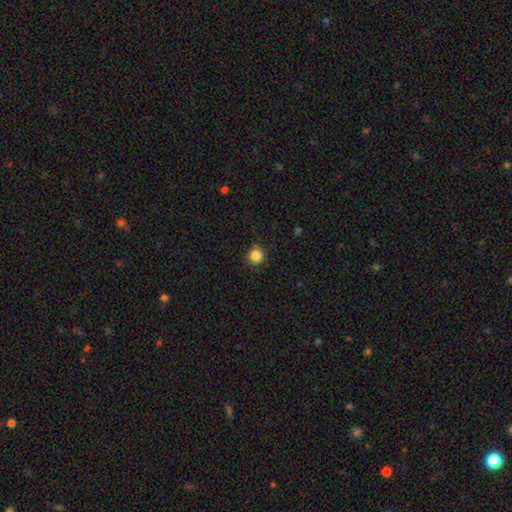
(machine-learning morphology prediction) smooth 85%, star or artifact 11%, featured or disk 4%. Down the decision tree: how rounded — round (92%); merging — none (85%).